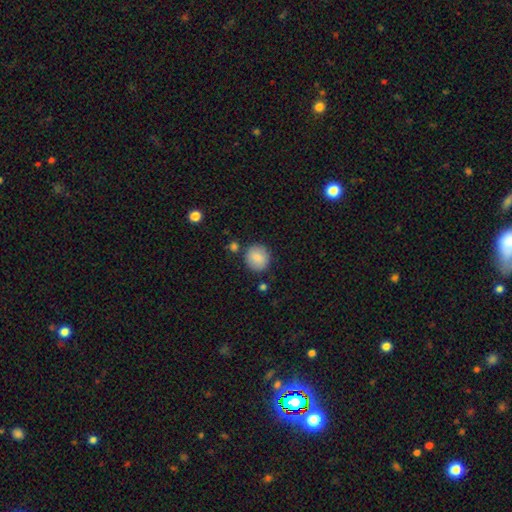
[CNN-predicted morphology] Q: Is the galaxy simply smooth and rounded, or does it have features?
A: smooth — 86%.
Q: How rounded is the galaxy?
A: round — 89%.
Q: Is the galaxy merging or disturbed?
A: none — 83%.